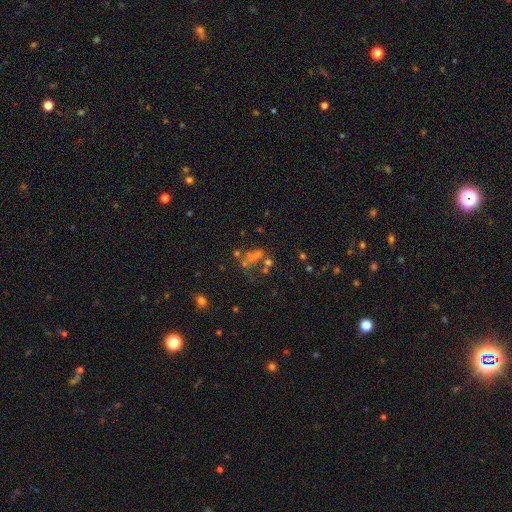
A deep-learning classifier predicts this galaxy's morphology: A star or artifact, not a galaxy (36%).

Vote fractions:
- Smooth or featured? star or artifact: 36% / smooth: 32% / featured or disk: 31%